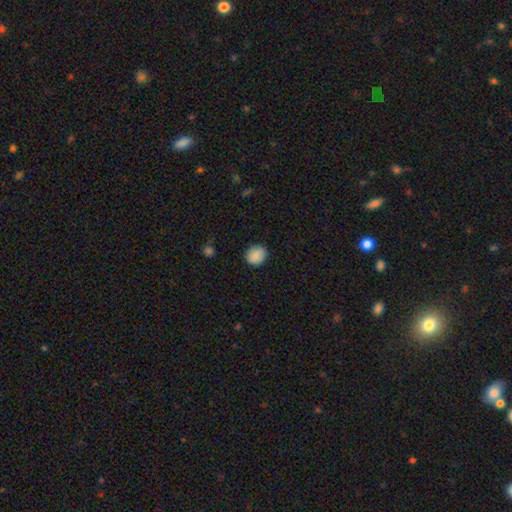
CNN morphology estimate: Smooth or featured: smooth — 88% (star or artifact — 8%)
How rounded: round — 70% (in between — 29%)
Merging: none — 85% (minor disturbance — 12%)